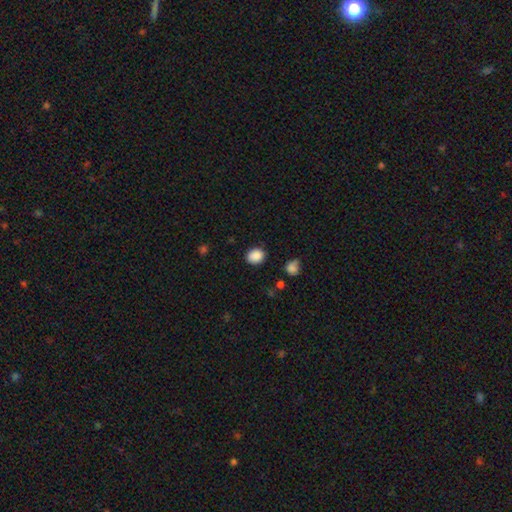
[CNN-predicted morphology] Smooth or featured?
  - smooth: 87% *
  - star or artifact: 9%
  - featured or disk: 3%
How rounded?
  - round: 57% *
  - in between: 42%
  - cigar-shaped: 1%
Merging?
  - none: 83% *
  - minor disturbance: 12%
  - major disturbance: 3%
  - merger: 2%